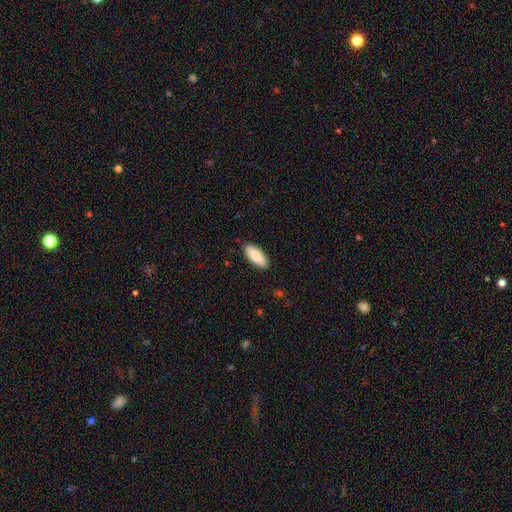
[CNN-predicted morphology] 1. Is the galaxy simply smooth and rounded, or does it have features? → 87% smooth, 7% featured or disk, 6% star or artifact.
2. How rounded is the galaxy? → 82% in between, 16% cigar-shaped, 2% round.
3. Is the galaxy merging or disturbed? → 89% none, 9% minor disturbance, 2% major disturbance, 1% merger.